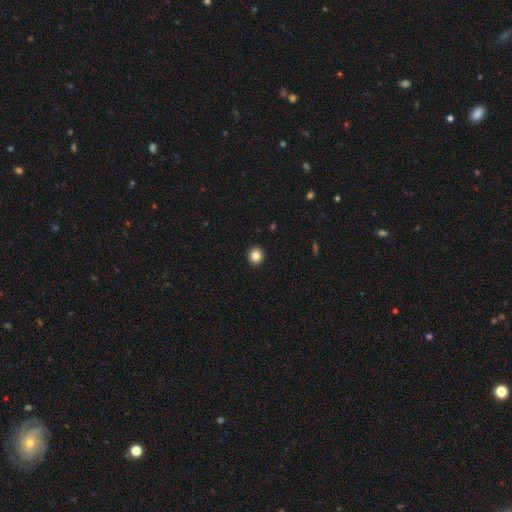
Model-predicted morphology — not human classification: smooth-or-featured: smooth: 85% | star or artifact: 10% | featured or disk: 5%
  how-rounded: round: 90% | in between: 9% | cigar-shaped: 1%
  merging: none: 94% | minor disturbance: 4% | major disturbance: 1% | merger: 1%